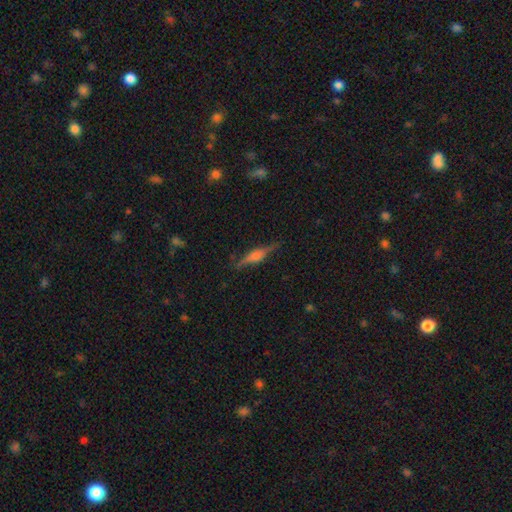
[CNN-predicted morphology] This appears to be a featured or disk galaxy (76%) viewed edge-on (97%) with a rounded central bulge (77%). Merging: none (86%).